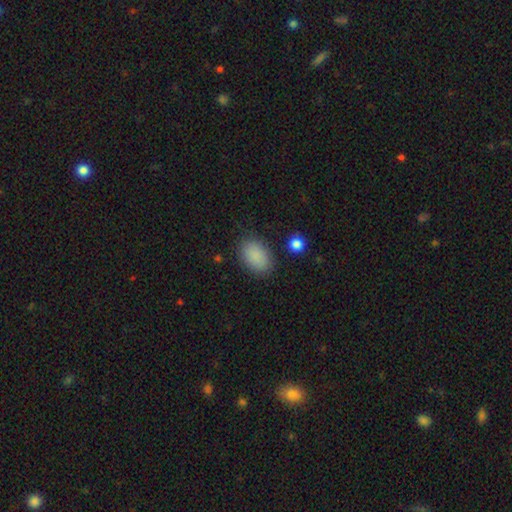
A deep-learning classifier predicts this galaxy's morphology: smooth_or_featured: smooth (p=0.88) [alt: star or artifact p=0.08]
how_rounded: in between (p=0.87) [alt: round p=0.12]
merging: none (p=0.83) [alt: minor disturbance p=0.11]